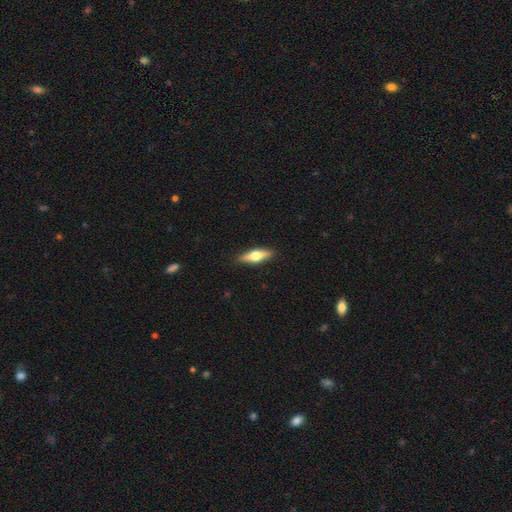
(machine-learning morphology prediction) featured or disk 54%, smooth 41%, star or artifact 6%. Down the decision tree: edge-on disk — yes (94%); edge-on bulge — rounded (95%); merging — none (90%).